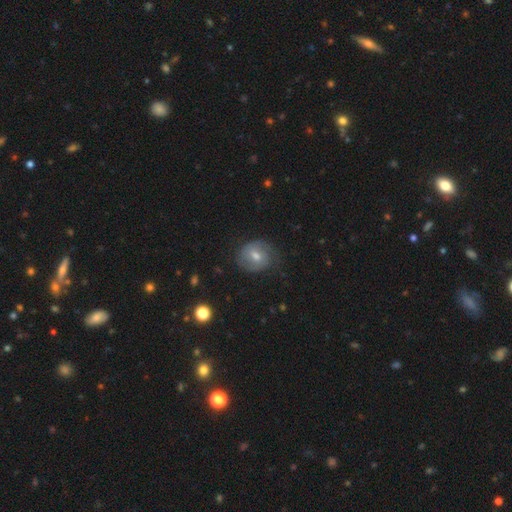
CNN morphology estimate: Smooth or featured? featured or disk (50%)
Edge-on disk? no (96%)
Merging? none (72%)